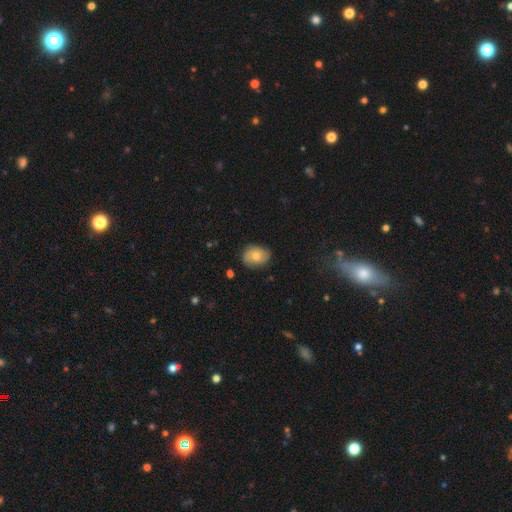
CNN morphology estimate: smooth-or-featured: smooth: 63% | featured or disk: 29% | star or artifact: 8%
  how-rounded: in between: 60% | round: 39% | cigar-shaped: 1%
  merging: none: 76% | minor disturbance: 19% | major disturbance: 4% | merger: 1%